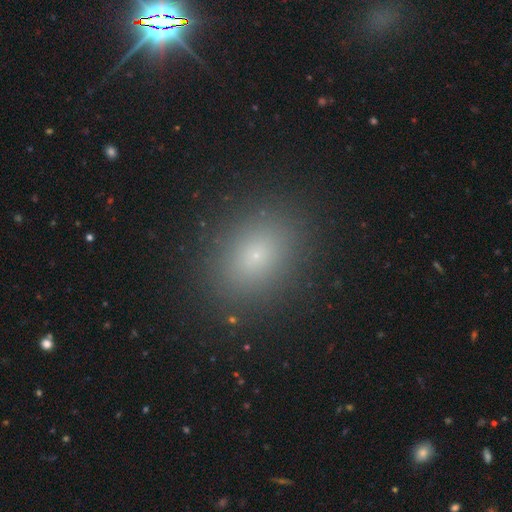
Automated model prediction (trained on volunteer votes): The model was most divided on "how rounded": in between: 63%, round: 35%, cigar-shaped: 2%. More confident: merging — none (88%); smooth or featured — smooth (72%).